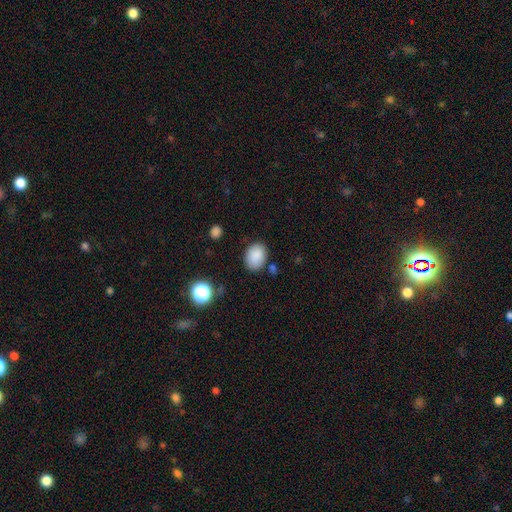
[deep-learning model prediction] Overall: smooth (87%). How rounded: in between (71%). Merging: none (80%).